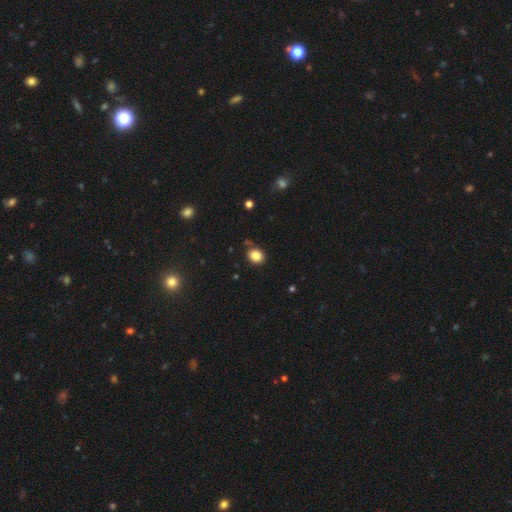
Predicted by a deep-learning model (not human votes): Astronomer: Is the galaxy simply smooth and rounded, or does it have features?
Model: smooth — 83%.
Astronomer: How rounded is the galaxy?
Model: round — 57% (runner-up: in between, 42%).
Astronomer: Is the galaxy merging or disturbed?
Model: none — 84%.